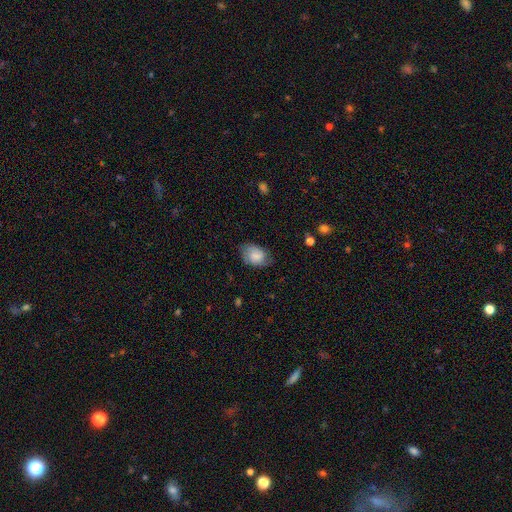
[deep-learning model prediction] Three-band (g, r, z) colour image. It shows a smooth galaxy with no disk features (71%) that is in between round and cigar-shaped (79%). Merging: none (64%).